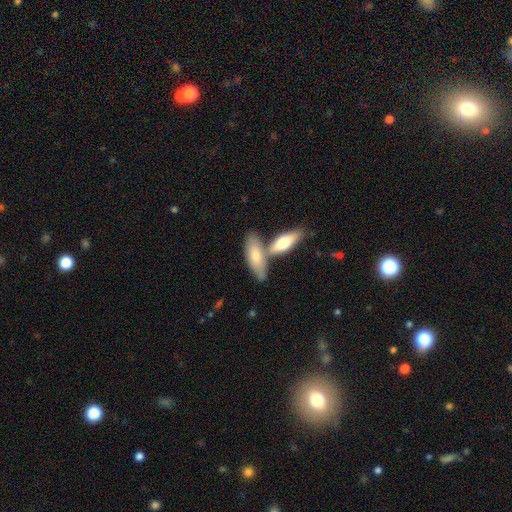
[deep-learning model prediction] Smooth or featured? Predicted: smooth (p=0.70). How rounded? Predicted: in between (p=0.58). Merging? Predicted: none (p=0.48).